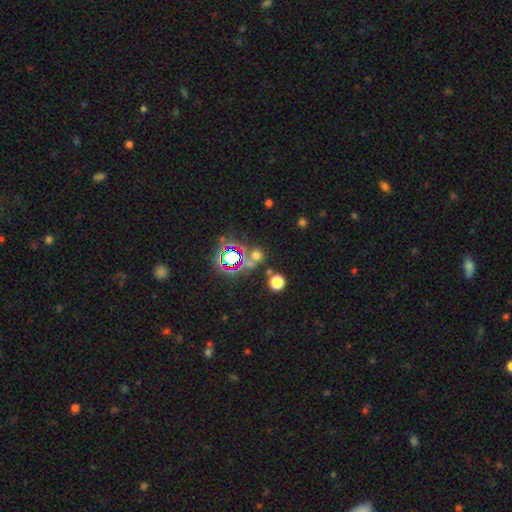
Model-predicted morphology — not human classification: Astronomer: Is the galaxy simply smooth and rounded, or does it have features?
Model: smooth — 46% (runner-up: star or artifact, 45%).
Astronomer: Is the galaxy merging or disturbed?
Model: none — 64%.